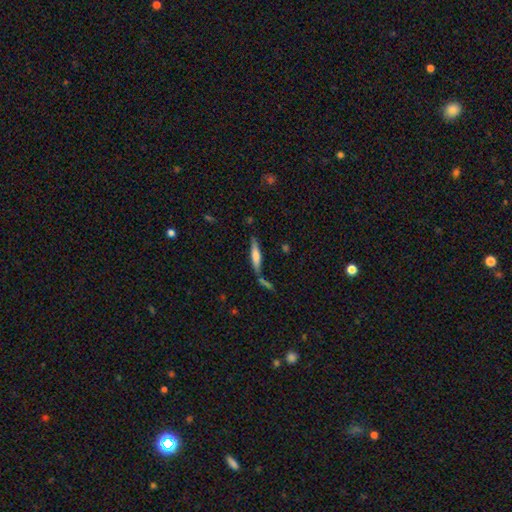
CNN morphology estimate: The model was most divided on "smooth or featured": smooth: 54%, featured or disk: 40%, star or artifact: 7%. More confident: how rounded — cigar-shaped (84%); merging — none (72%).